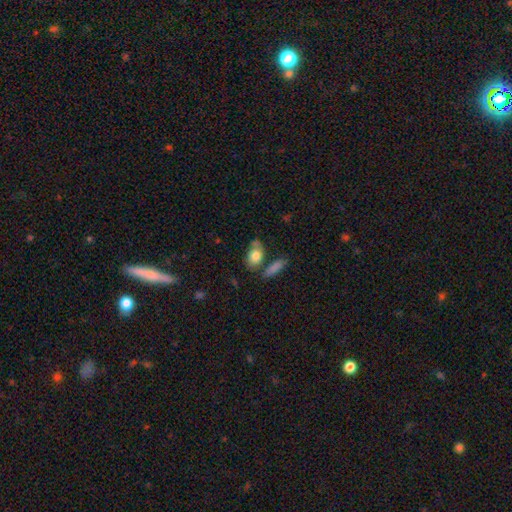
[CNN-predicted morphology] Smooth or featured?
  - smooth: 80% *
  - featured or disk: 13%
  - star or artifact: 7%
How rounded?
  - in between: 80% *
  - round: 16%
  - cigar-shaped: 5%
Merging?
  - none: 56% *
  - minor disturbance: 20%
  - merger: 18%
  - major disturbance: 7%